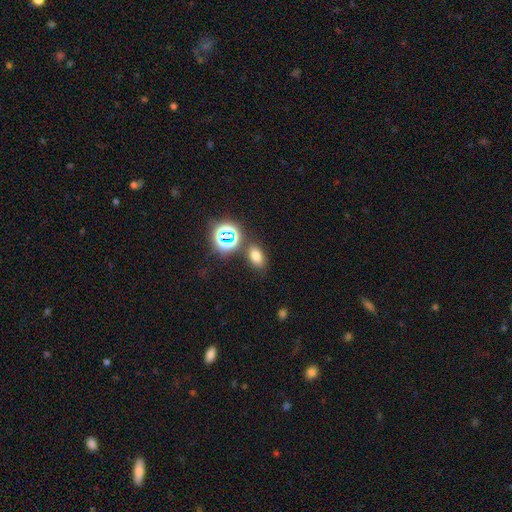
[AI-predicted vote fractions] The model was most divided on "smooth or featured": smooth: 69%, star or artifact: 24%, featured or disk: 8%. More confident: how rounded — in between (82%); merging — none (79%).